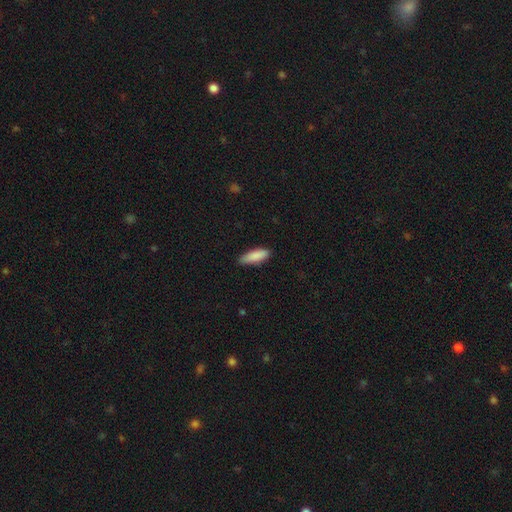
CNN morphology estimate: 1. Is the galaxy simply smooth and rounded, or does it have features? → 88% smooth, 6% featured or disk, 6% star or artifact.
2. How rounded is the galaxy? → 53% in between, 45% cigar-shaped, 2% round.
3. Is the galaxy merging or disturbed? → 83% none, 14% minor disturbance, 2% major disturbance, 1% merger.